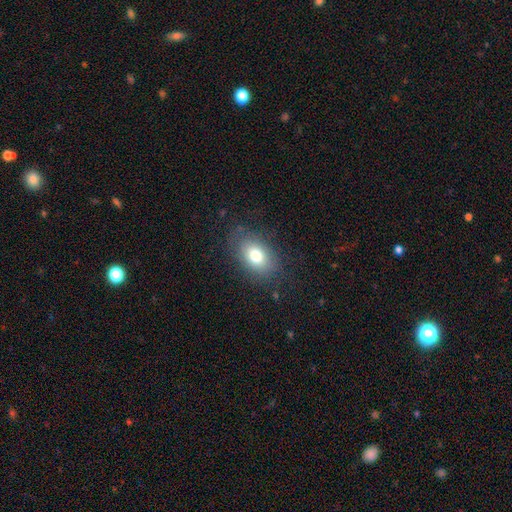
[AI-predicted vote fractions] This appears to be a smooth galaxy with no disk features (77%) that is in between round and cigar-shaped (82%). Merging: none (79%).